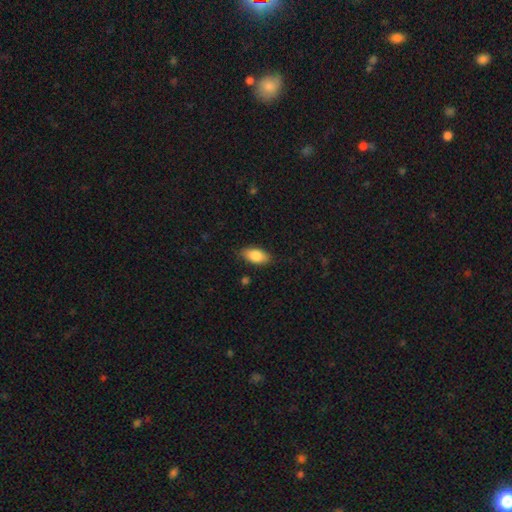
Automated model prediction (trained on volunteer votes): Smooth or featured? Predicted: smooth (p=0.84). How rounded? Predicted: in between (p=0.91). Merging? Predicted: none (p=0.84).